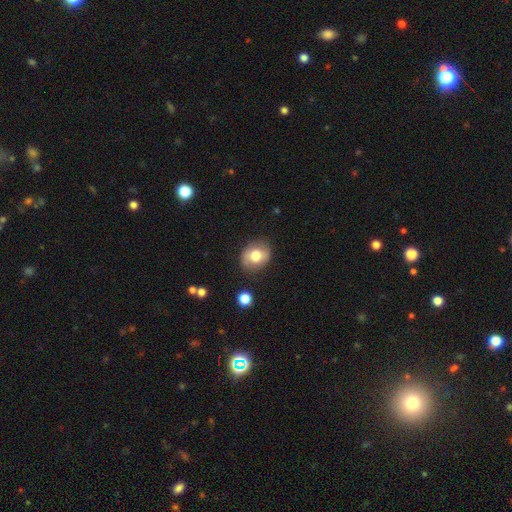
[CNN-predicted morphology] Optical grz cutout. It shows a smooth galaxy with no disk features (69%) that is round (53%). Merging: none (79%).